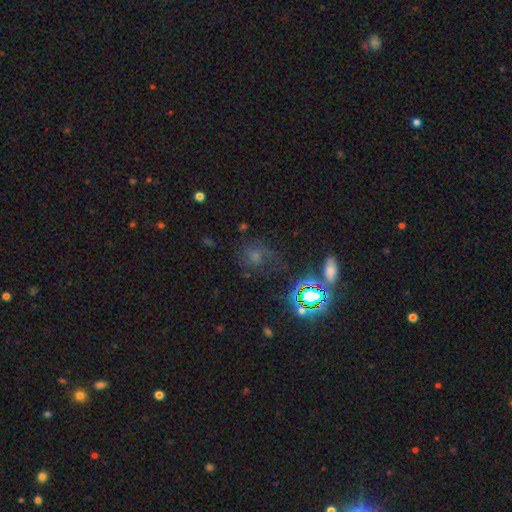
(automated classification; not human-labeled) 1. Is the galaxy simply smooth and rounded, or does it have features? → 40% smooth, 39% star or artifact, 20% featured or disk.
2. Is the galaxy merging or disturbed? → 59% none, 20% minor disturbance, 17% major disturbance, 5% merger.